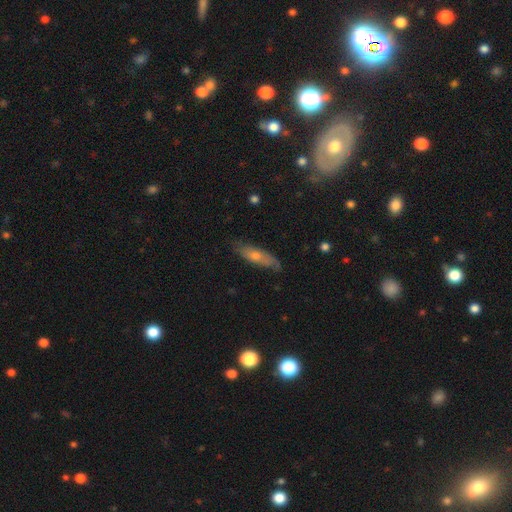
A featured or disk galaxy (59%) viewed edge-on (61%) with a rounded central bulge (79%).

Vote fractions:
- Smooth or featured? featured or disk: 59% / smooth: 36% / star or artifact: 5%
- Edge-on disk? yes: 61% / no: 39%
- Edge-on bulge? rounded: 79% / none: 21% / boxy: 0%
- Merging? none: 68% / minor disturbance: 16% / major disturbance: 11% / merger: 5%